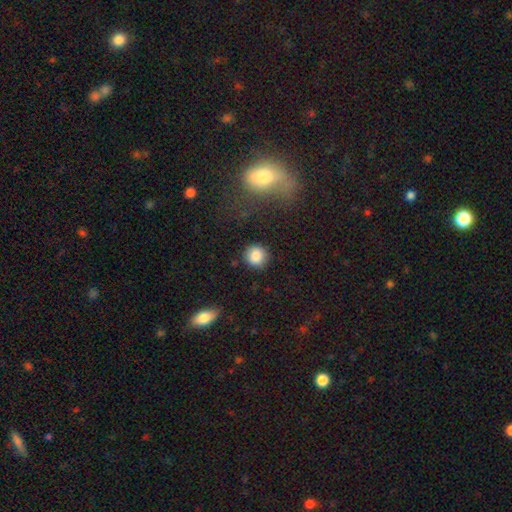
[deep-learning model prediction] smooth-or-featured: smooth: 86% | star or artifact: 9% | featured or disk: 5%
  how-rounded: round: 87% | in between: 11% | cigar-shaped: 1%
  merging: none: 85% | minor disturbance: 10% | major disturbance: 3% | merger: 2%